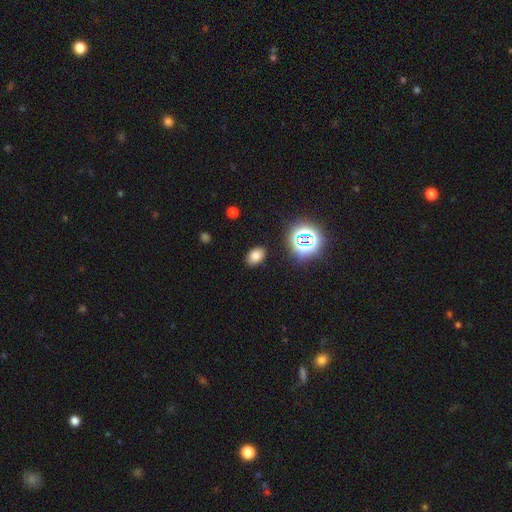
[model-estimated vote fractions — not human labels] smooth 74%, star or artifact 18%, featured or disk 8%. Down the decision tree: how rounded — in between (83%); merging — none (87%).